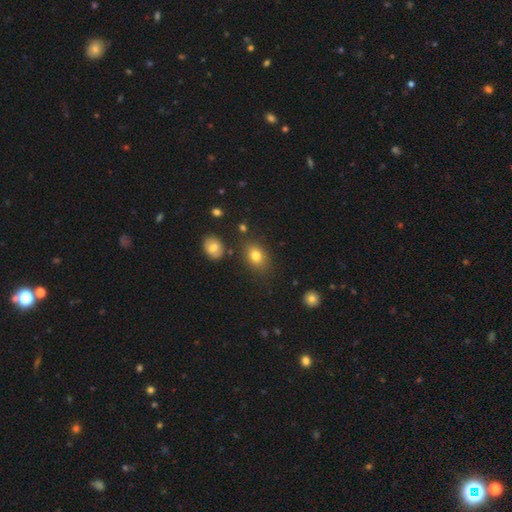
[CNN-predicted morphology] Smooth or featured?
  - smooth: 80% *
  - star or artifact: 11%
  - featured or disk: 9%
How rounded?
  - in between: 73% *
  - round: 26%
  - cigar-shaped: 1%
Merging?
  - none: 78% *
  - minor disturbance: 13%
  - merger: 5%
  - major disturbance: 4%